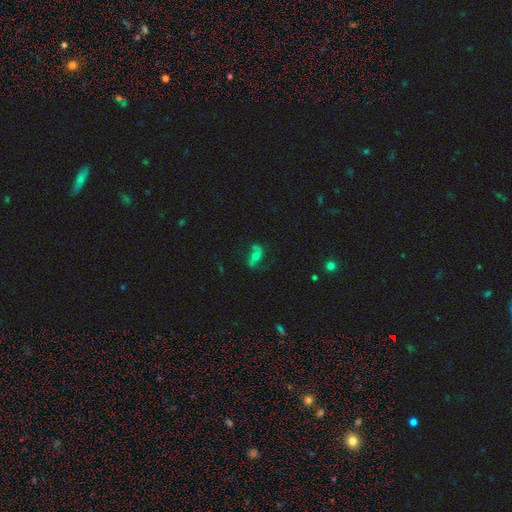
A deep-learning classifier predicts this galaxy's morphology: Smooth or featured? Predicted: featured or disk (p=0.58). Edge-on disk? Predicted: no (p=0.90). Bar? Predicted: no (p=0.59). Spiral arms? Predicted: yes (p=0.81). Bulge size? Predicted: moderate (p=0.46). Merging? Predicted: none (p=0.58).